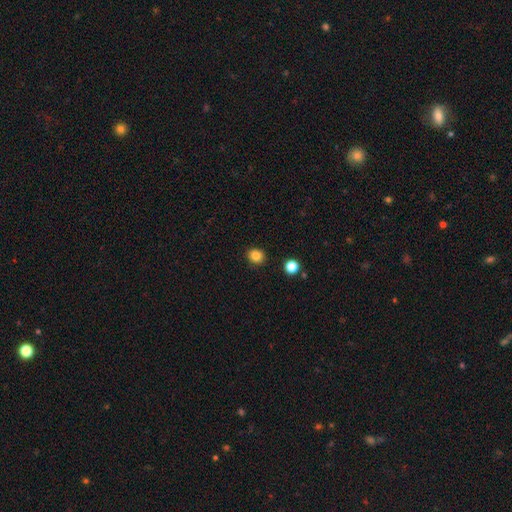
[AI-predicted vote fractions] Smooth or featured? smooth (84%)
How rounded? round (76%)
Merging? none (90%)